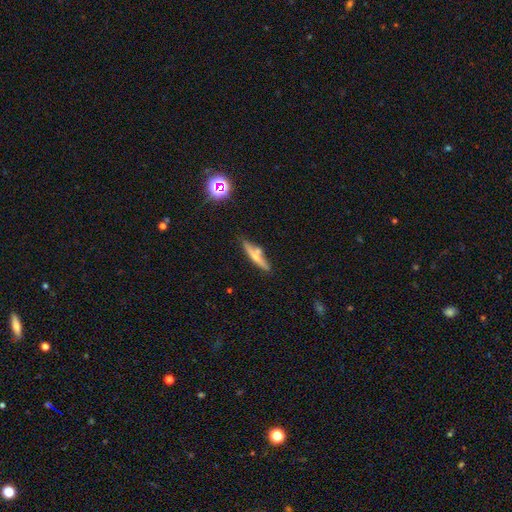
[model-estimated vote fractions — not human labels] Morphology: type=featured or disk (47%); merging=none (69%).